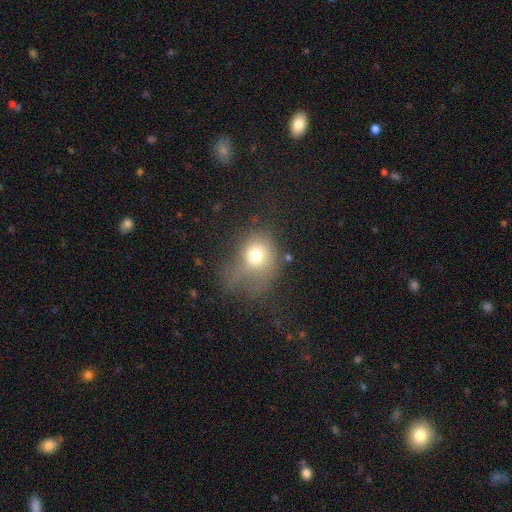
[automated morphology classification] Smooth or featured?
  - smooth: 70% *
  - featured or disk: 17%
  - star or artifact: 13%
How rounded?
  - round: 56% *
  - in between: 43%
  - cigar-shaped: 1%
Merging?
  - major disturbance: 44% *
  - none: 25%
  - minor disturbance: 25%
  - merger: 5%